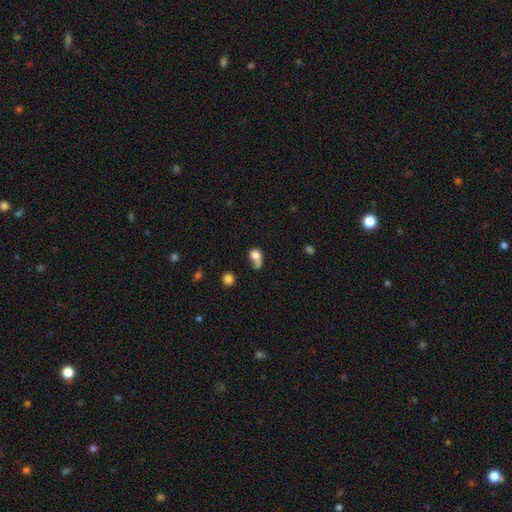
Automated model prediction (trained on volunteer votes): Smooth or featured?
  - smooth: 71% *
  - featured or disk: 17%
  - star or artifact: 11%
How rounded?
  - in between: 52% *
  - round: 45%
  - cigar-shaped: 3%
Merging?
  - merger: 28% * (tied)
  - major disturbance: 28% * (tied)
  - none: 25%
  - minor disturbance: 19%